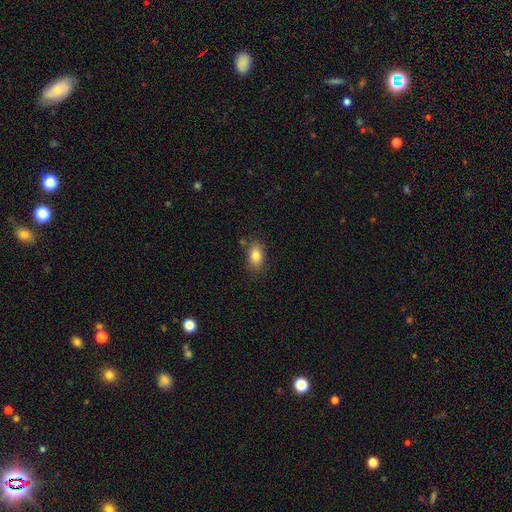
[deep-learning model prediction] Overall: smooth (84%). How rounded: in between (87%). Merging: none (81%).